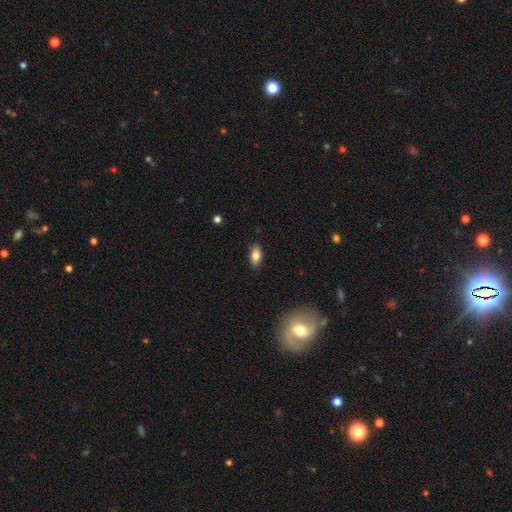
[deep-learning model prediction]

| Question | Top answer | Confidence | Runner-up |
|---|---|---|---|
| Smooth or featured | smooth | 82% | featured or disk (10%) |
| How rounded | in between | 89% | cigar-shaped (7%) |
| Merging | none | 87% | minor disturbance (10%) |